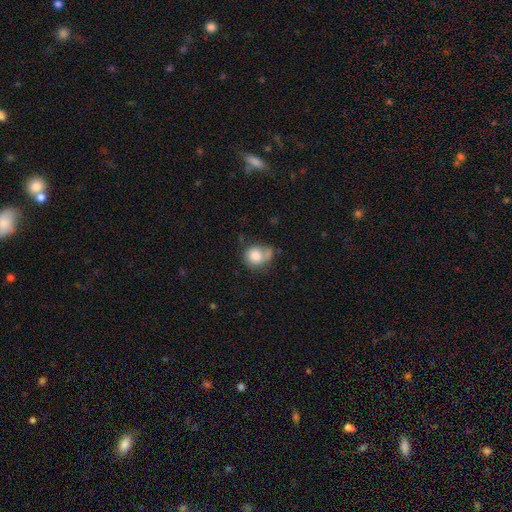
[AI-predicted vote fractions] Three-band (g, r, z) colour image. It shows a smooth galaxy with no disk features (80%) that is round (77%). Merging: none (44%).